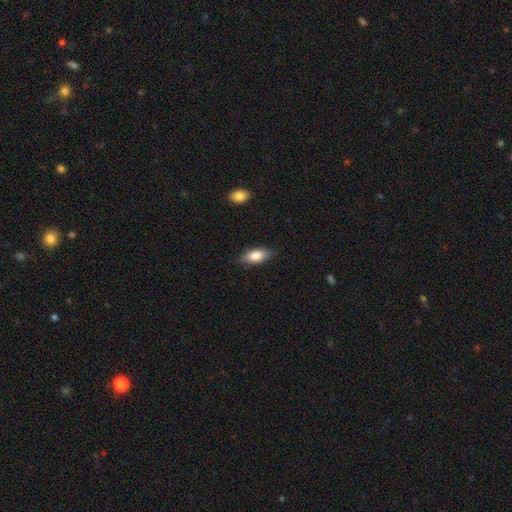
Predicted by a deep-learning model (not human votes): Smooth or featured?
  - smooth: 82% *
  - featured or disk: 11%
  - star or artifact: 7%
How rounded?
  - in between: 86% *
  - cigar-shaped: 10%
  - round: 3%
Merging?
  - none: 85% *
  - minor disturbance: 11%
  - major disturbance: 2%
  - merger: 1%